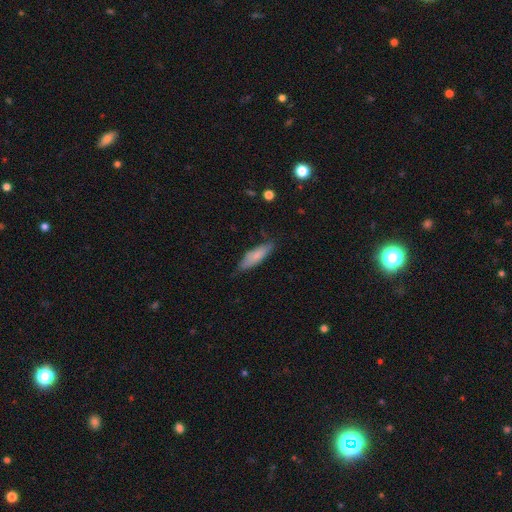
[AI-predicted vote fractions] Overall: smooth (77%). How rounded: cigar-shaped (55%; in between 43%). Merging: none (73%).